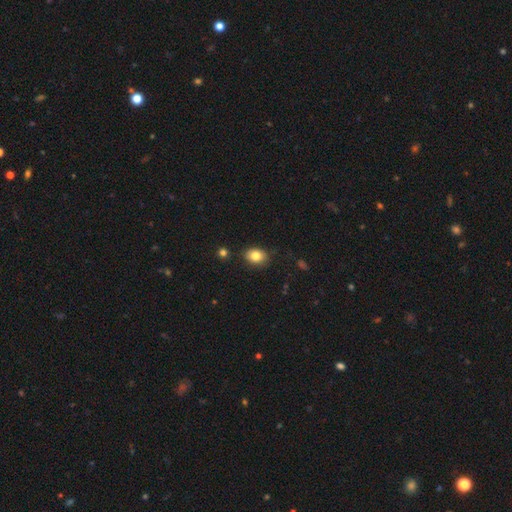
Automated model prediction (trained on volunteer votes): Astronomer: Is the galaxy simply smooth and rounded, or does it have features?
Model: smooth — 83%.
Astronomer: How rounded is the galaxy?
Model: in between — 68%.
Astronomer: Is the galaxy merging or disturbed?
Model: none — 82%.